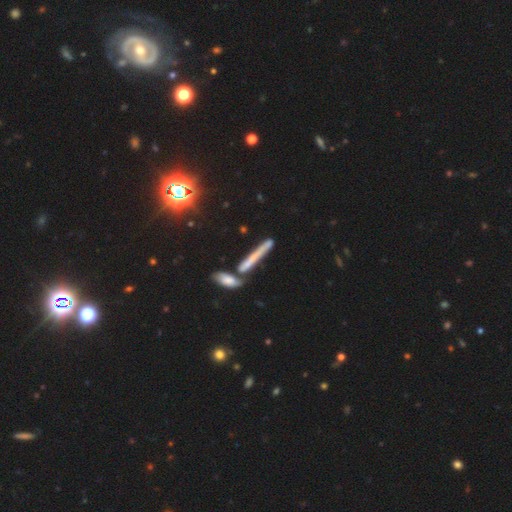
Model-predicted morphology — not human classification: This is possibly a smooth galaxy (45%). Merging: likely none (60%).